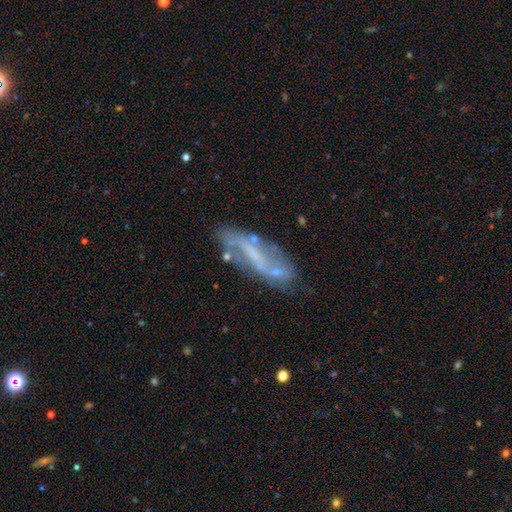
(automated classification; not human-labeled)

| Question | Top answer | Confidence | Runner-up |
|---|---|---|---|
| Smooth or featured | featured or disk | 67% | smooth (24%) |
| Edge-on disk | no | 77% | yes (23%) |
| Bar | strong | 40% | weak (31%) |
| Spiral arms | yes | 54% | no (46%) |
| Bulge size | none | 50% | small (34%) |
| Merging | none | 58% | minor disturbance (22%) |